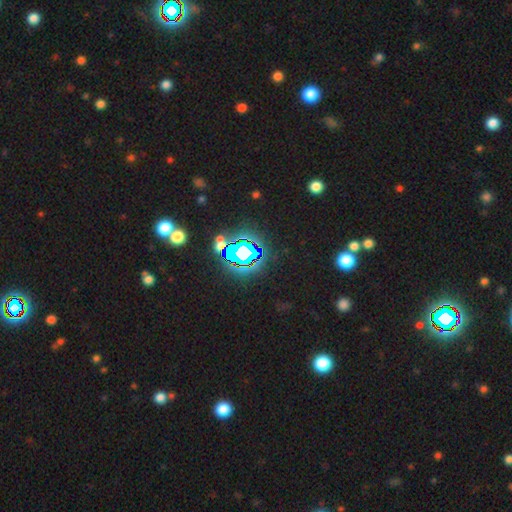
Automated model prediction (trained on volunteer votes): star or artifact 81%, smooth 12%, featured or disk 7%.